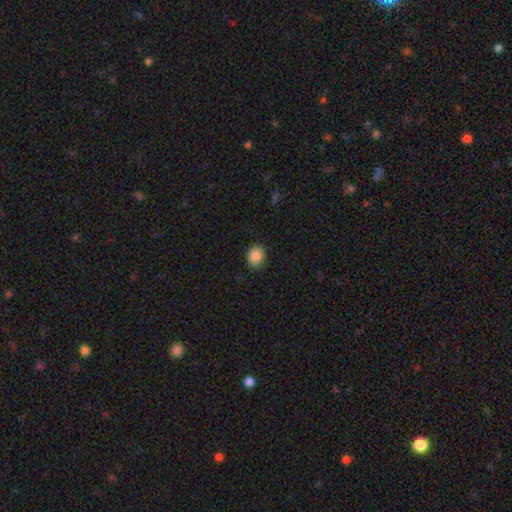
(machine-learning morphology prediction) Q: Smooth or featured?
A: smooth (85%); runner-up: star or artifact (9%)
Q: How rounded?
A: round (63%); runner-up: in between (36%)
Q: Merging?
A: none (88%); runner-up: minor disturbance (9%)